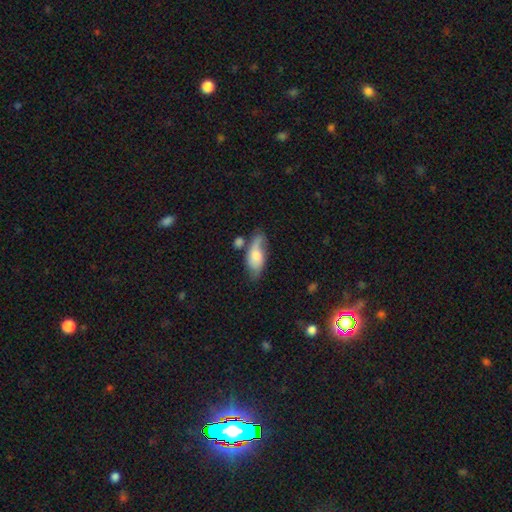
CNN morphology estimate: A smooth galaxy with no disk features (55%) that is in between round and cigar-shaped (82%).

Vote fractions:
- Smooth or featured? smooth: 55% / featured or disk: 38% / star or artifact: 7%
- How rounded? in between: 82% / cigar-shaped: 14% / round: 4%
- Merging? none: 50% / minor disturbance: 26% / merger: 13% / major disturbance: 11%